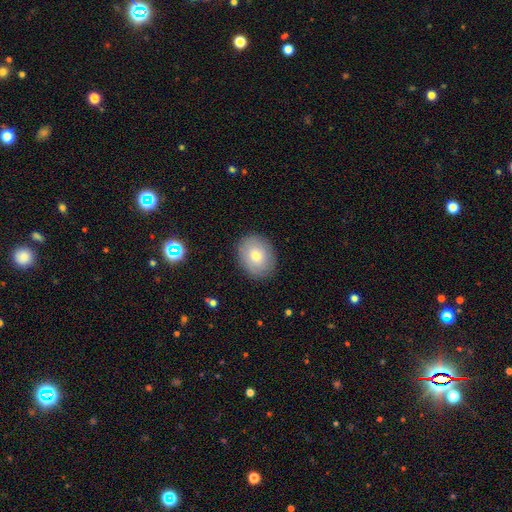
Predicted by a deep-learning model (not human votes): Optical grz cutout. It shows a smooth galaxy with no disk features (72%) that is in between round and cigar-shaped (52%). Merging: none (87%).